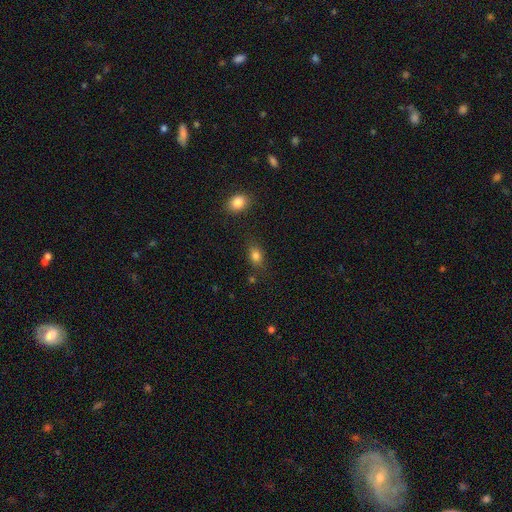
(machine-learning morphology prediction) smooth_or_featured: smooth (p=0.82) [alt: star or artifact p=0.11]
how_rounded: in between (p=0.69) [alt: round p=0.28]
merging: none (p=0.76) [alt: minor disturbance p=0.15]